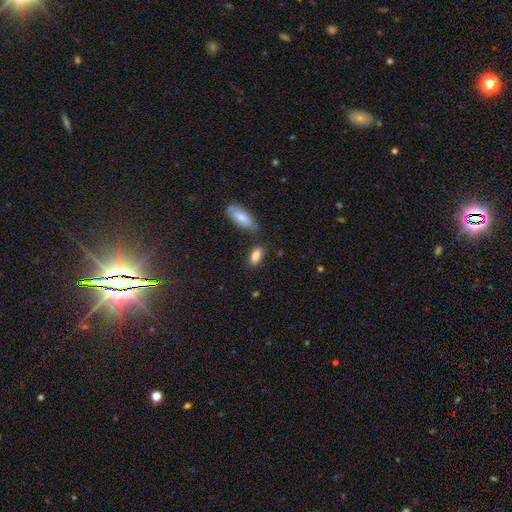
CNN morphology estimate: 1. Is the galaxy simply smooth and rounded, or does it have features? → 83% smooth, 9% featured or disk, 7% star or artifact.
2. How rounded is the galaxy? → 83% in between, 14% cigar-shaped, 3% round.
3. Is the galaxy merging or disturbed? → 72% none, 16% minor disturbance, 8% merger, 4% major disturbance.